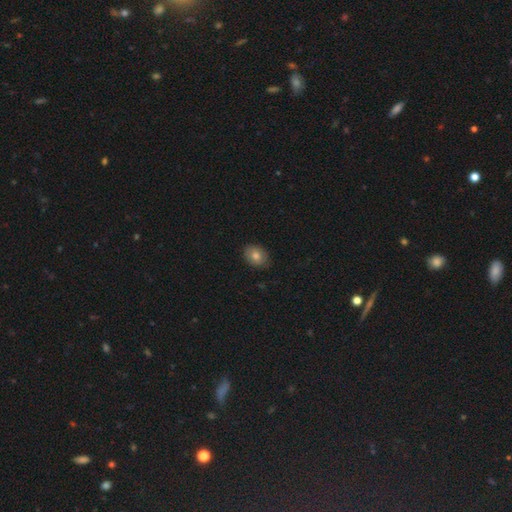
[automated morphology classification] Smooth or featured? Predicted: smooth (p=0.77). How rounded? Predicted: in between (p=0.67). Merging? Predicted: none (p=0.85).